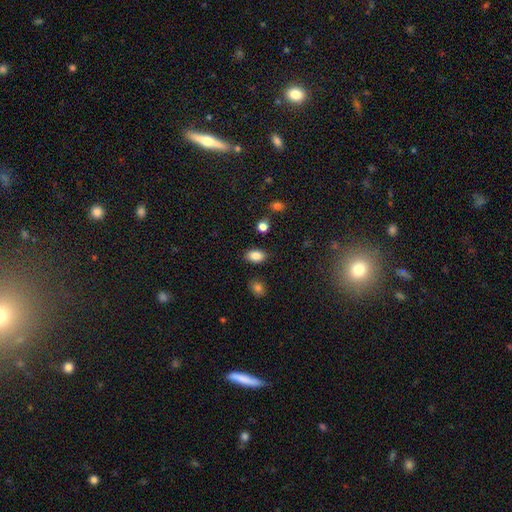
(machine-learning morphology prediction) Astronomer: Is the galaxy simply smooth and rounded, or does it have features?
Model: smooth — 85%.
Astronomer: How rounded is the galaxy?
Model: in between — 87%.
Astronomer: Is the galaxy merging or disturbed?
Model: none — 85%.